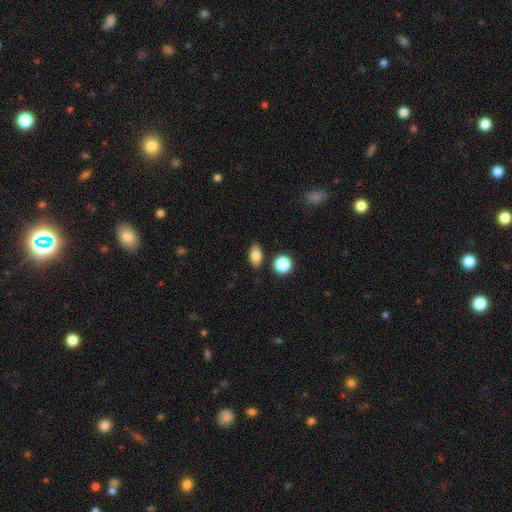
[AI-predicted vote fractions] Morphology: type=smooth (81%); roundness=in between (83%); merging=none (85%).